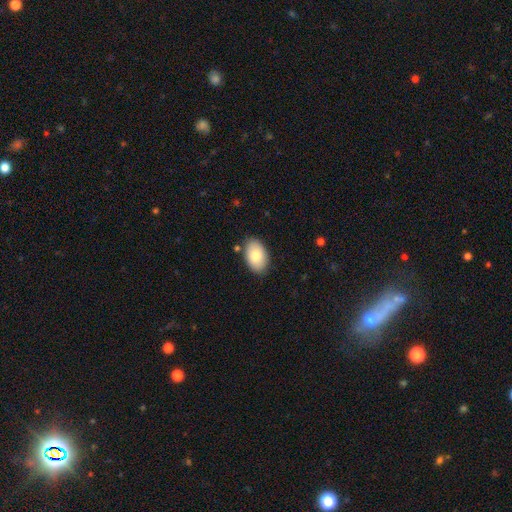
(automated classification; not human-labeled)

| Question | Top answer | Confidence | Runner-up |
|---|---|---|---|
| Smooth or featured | smooth | 82% | featured or disk (12%) |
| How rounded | in between | 92% | round (7%) |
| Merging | none | 84% | minor disturbance (11%) |